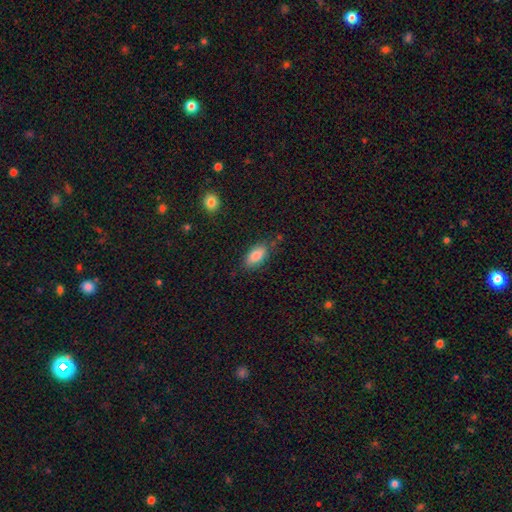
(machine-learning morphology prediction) Smooth or featured?
  - smooth: 86% *
  - featured or disk: 7%
  - star or artifact: 7%
How rounded?
  - in between: 91% *
  - cigar-shaped: 6%
  - round: 3%
Merging?
  - none: 74% *
  - minor disturbance: 19%
  - major disturbance: 5%
  - merger: 3%